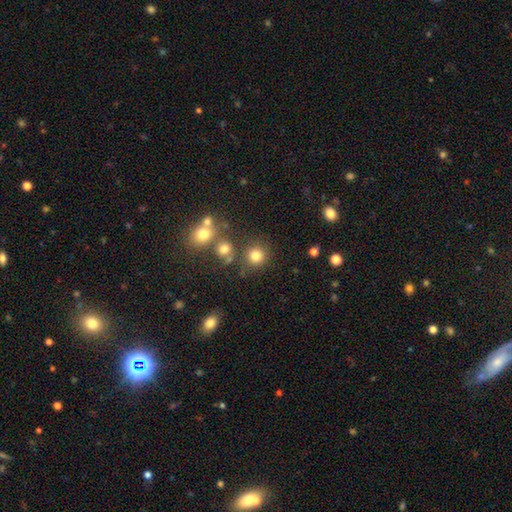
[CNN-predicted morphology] smooth_or_featured: smooth (p=0.79) [alt: star or artifact p=0.14]
how_rounded: round (p=0.91) [alt: in between p=0.08]
merging: none (p=0.77) [alt: merger p=0.10]